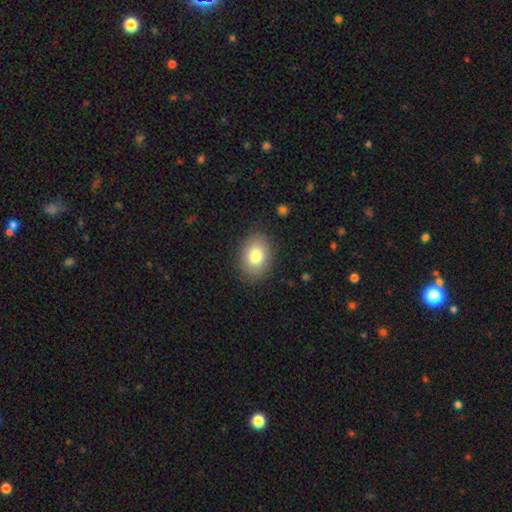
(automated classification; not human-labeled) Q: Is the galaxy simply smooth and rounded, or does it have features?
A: smooth — 81%.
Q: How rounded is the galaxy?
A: in between — 69%.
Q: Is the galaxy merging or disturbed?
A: none — 87%.